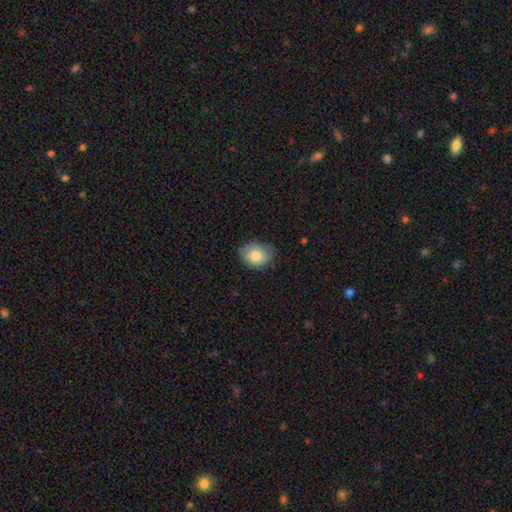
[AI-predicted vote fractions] A smooth galaxy with no disk features (81%) that is in between round and cigar-shaped (62%). Merging: none (76%).